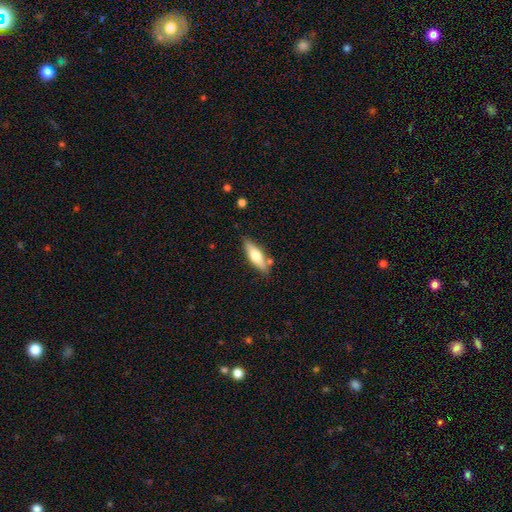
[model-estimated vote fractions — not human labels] Smooth or featured? smooth (59%)
How rounded? cigar-shaped (50%)
Merging? none (78%)